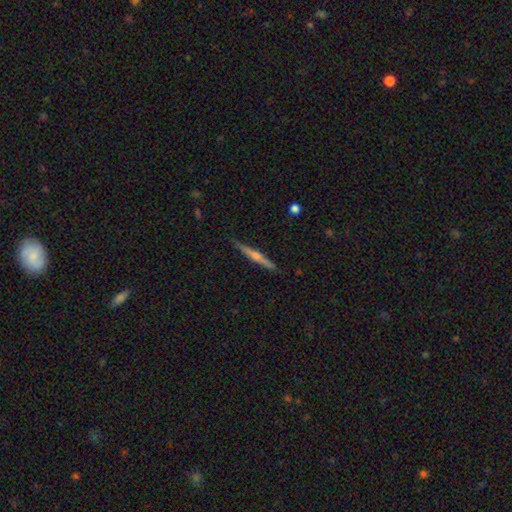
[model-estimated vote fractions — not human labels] smooth_or_featured: featured or disk (p=0.73) [alt: smooth p=0.19]
disk_edge_on: yes (p=0.97) [alt: no p=0.03]
edge_on_bulge: rounded (p=0.78) [alt: none p=0.14]
merging: none (p=0.90) [alt: minor disturbance p=0.07]